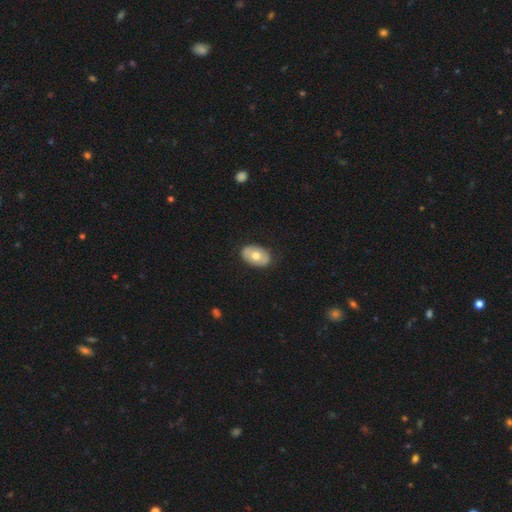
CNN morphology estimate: smooth-or-featured: smooth: 62% | featured or disk: 32% | star or artifact: 6%
  how-rounded: in between: 86% | round: 13% | cigar-shaped: 1%
  merging: none: 84% | minor disturbance: 12% | major disturbance: 3% | merger: 1%